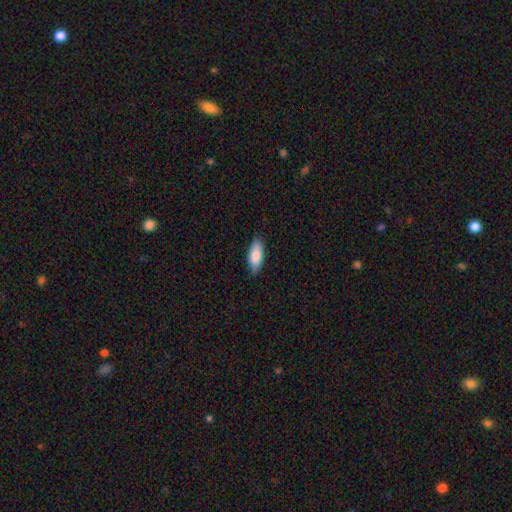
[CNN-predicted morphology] A smooth galaxy with no disk features (83%) that is in between round and cigar-shaped (77%). Merging: none (83%).